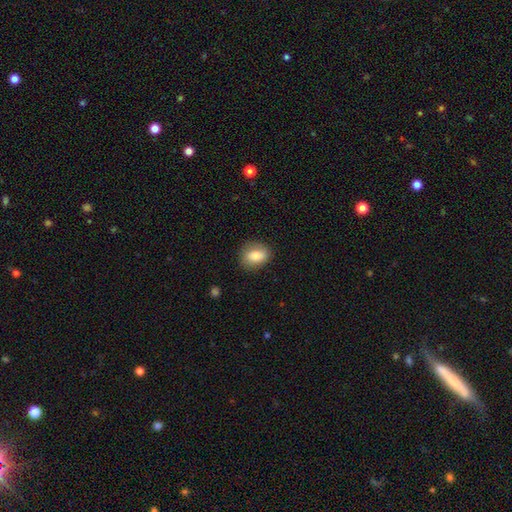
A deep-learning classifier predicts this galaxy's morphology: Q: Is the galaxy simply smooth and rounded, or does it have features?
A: smooth — 79%.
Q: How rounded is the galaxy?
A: in between — 61%.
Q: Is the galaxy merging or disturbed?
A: none — 82%.